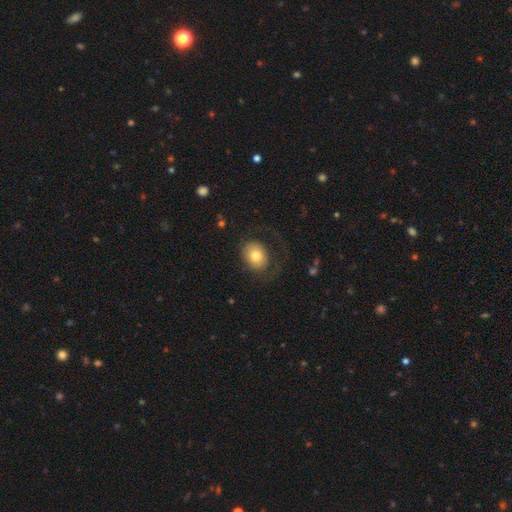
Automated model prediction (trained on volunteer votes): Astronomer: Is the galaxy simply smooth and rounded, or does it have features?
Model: smooth — 75%.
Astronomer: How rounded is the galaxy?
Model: round — 56% (runner-up: in between, 43%).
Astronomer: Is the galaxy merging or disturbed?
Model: none — 63%.